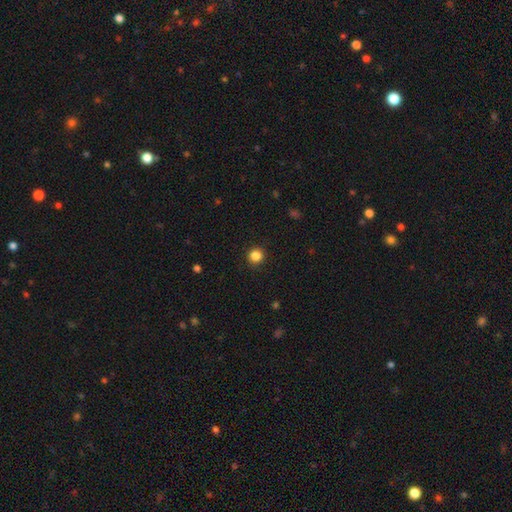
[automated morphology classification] Smooth or featured? Predicted: smooth (p=0.85). How rounded? Predicted: round (p=0.94). Merging? Predicted: none (p=0.92).